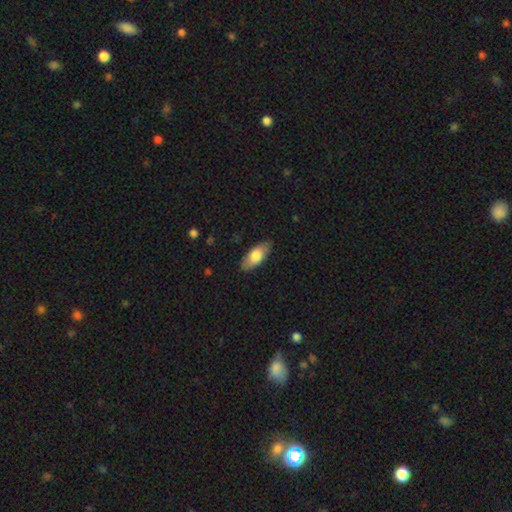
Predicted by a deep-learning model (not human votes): The model was most divided on "smooth or featured": smooth: 75%, featured or disk: 19%, star or artifact: 6%. More confident: merging — none (86%); how rounded — in between (85%).